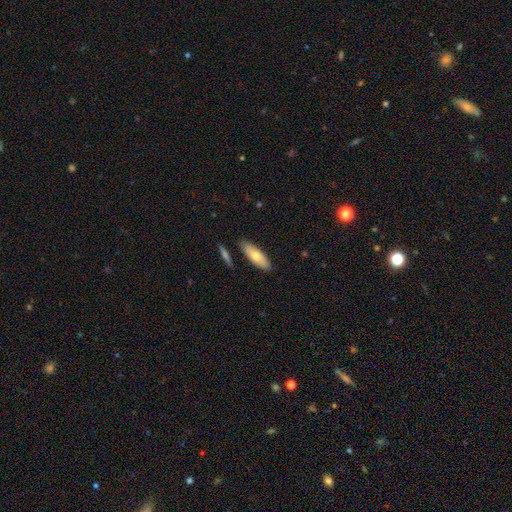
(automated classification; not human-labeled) A smooth galaxy with no disk features (67%) that is in between round and cigar-shaped (66%).

Vote fractions:
- Smooth or featured? smooth: 67% / featured or disk: 27% / star or artifact: 6%
- How rounded? in between: 66% / cigar-shaped: 32% / round: 2%
- Merging? none: 84% / minor disturbance: 11% / merger: 3% / major disturbance: 2%